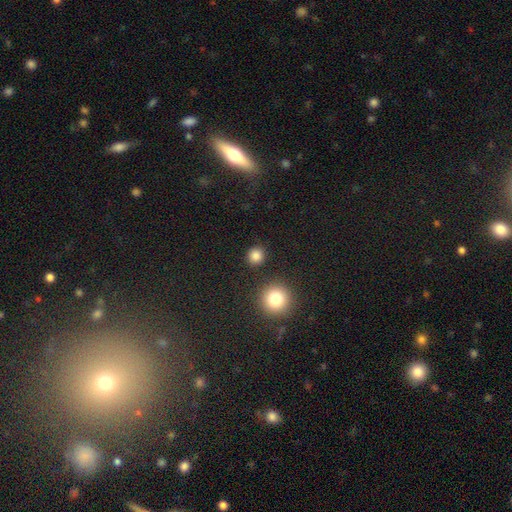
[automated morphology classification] A smooth galaxy with no disk features (83%) that is round (91%).

Vote fractions:
- Smooth or featured? smooth: 83% / star or artifact: 13% / featured or disk: 4%
- How rounded? round: 91% / in between: 8% / cigar-shaped: 1%
- Merging? none: 88% / minor disturbance: 6% / merger: 3% / major disturbance: 3%